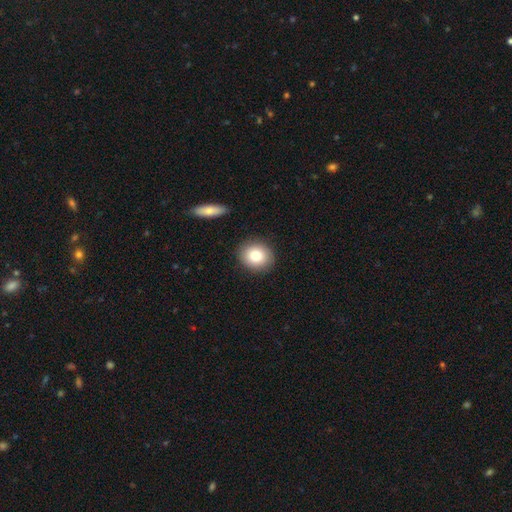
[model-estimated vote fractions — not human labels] Smooth or featured: smooth — 82% (featured or disk — 10%)
How rounded: round — 71% (in between — 28%)
Merging: none — 88% (minor disturbance — 8%)